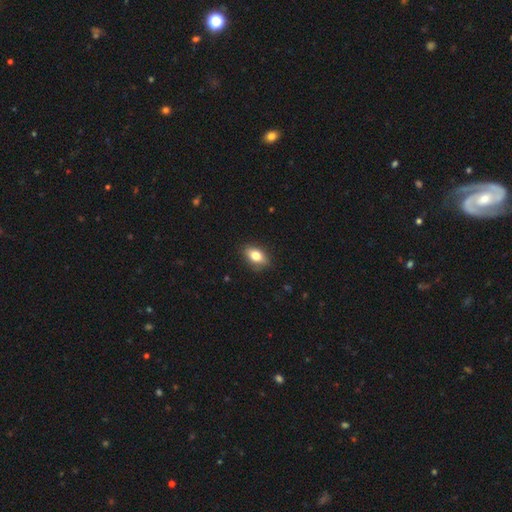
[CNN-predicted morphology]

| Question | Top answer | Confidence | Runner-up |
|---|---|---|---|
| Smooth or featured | smooth | 79% | featured or disk (13%) |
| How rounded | in between | 85% | round (10%) |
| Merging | none | 86% | minor disturbance (11%) |